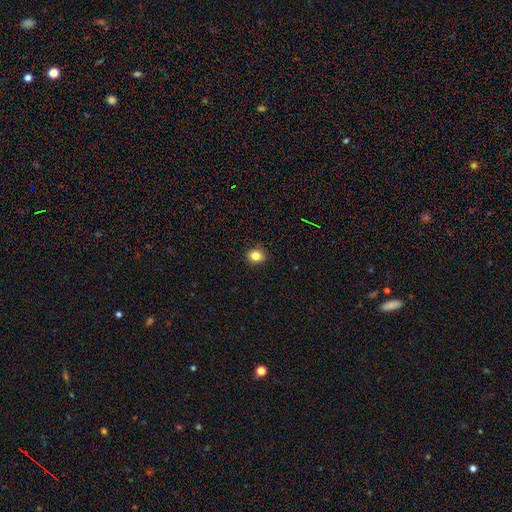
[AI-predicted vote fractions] A smooth galaxy with no disk features (84%) that is round (69%).

Vote fractions:
- Smooth or featured? smooth: 84% / star or artifact: 11% / featured or disk: 6%
- How rounded? round: 69% / in between: 30% / cigar-shaped: 1%
- Merging? none: 89% / minor disturbance: 8% / major disturbance: 2% / merger: 1%